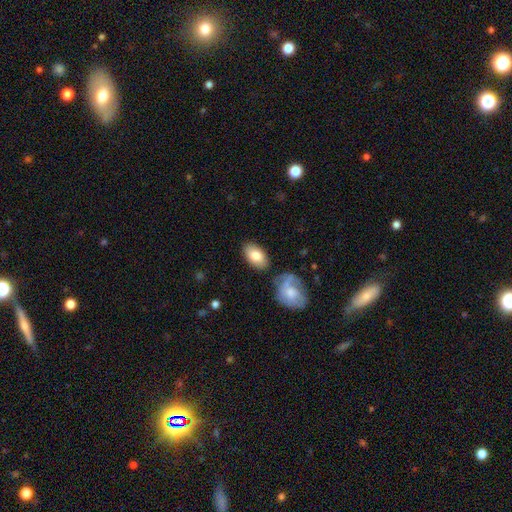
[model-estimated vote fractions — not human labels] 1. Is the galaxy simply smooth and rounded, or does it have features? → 80% smooth, 13% featured or disk, 6% star or artifact.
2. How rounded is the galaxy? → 93% in between, 5% round, 2% cigar-shaped.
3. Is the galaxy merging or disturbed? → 78% none, 12% minor disturbance, 6% merger, 3% major disturbance.